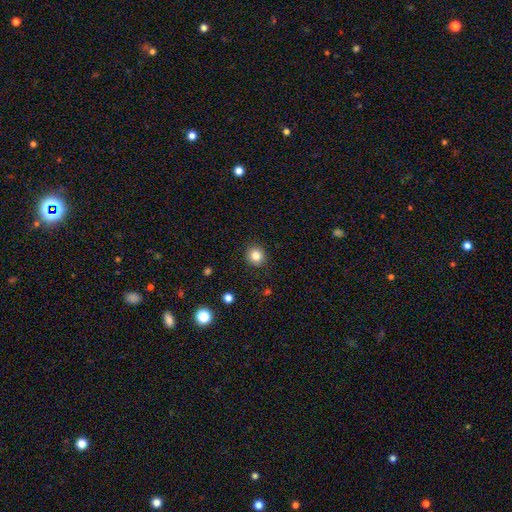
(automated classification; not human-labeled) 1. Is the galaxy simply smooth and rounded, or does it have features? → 83% smooth, 11% star or artifact, 6% featured or disk.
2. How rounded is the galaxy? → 90% round, 9% in between, 1% cigar-shaped.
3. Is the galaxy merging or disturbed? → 90% none, 6% minor disturbance, 2% major disturbance, 1% merger.